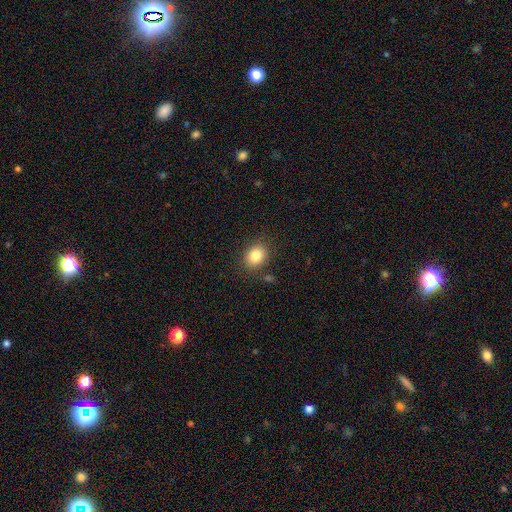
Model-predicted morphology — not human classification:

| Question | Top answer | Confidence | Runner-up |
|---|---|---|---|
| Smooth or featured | smooth | 83% | star or artifact (10%) |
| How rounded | round | 50% | in between (49%) |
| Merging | none | 84% | minor disturbance (10%) |